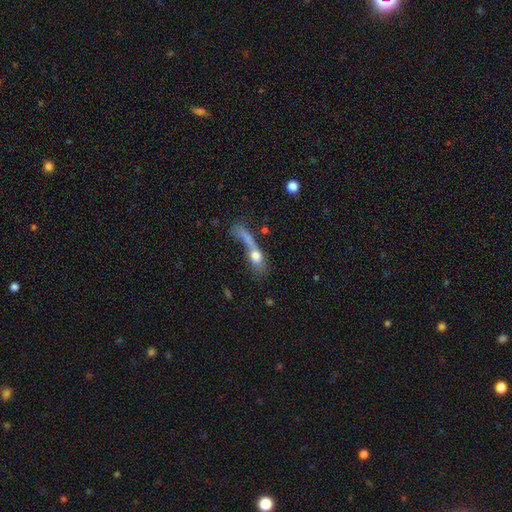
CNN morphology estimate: Smooth or featured: smooth — 63% (featured or disk — 28%)
How rounded: in between — 49% (cigar-shaped — 29%)
Merging: major disturbance — 36% (merger — 33%)